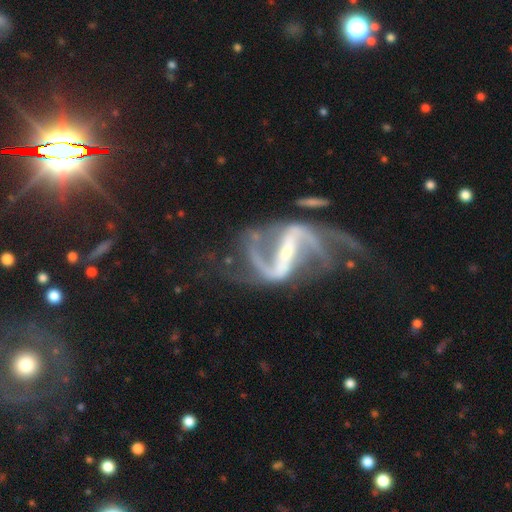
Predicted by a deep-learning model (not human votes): A featured or disk galaxy (91%) with a strong bar (74%), 2 (86%) loose (60%) spiral arms (97%) and a small central bulge (64%). Merging: none (46%).